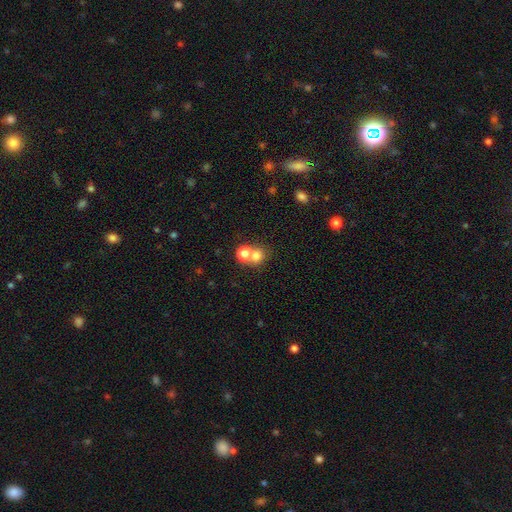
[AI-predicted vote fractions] This is likely a smooth galaxy (75%). How rounded: likely round (78%). Merging: possibly merger (54%).